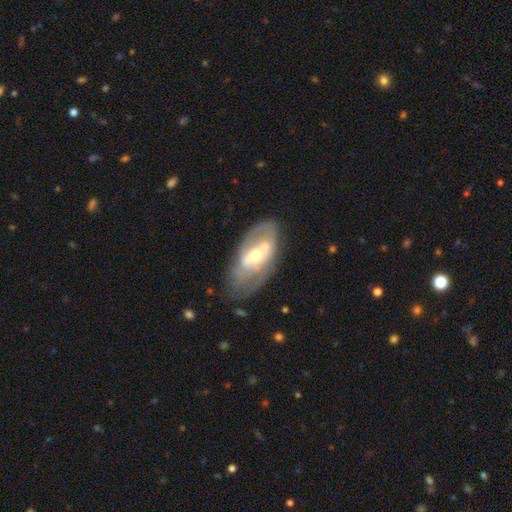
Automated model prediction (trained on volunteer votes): featured or disk 70%, smooth 24%, star or artifact 6%. Down the decision tree: edge-on disk — no (92%); bar — weak (38%); spiral arms — yes (59%); bulge size — moderate (57%); merging — none (56%).